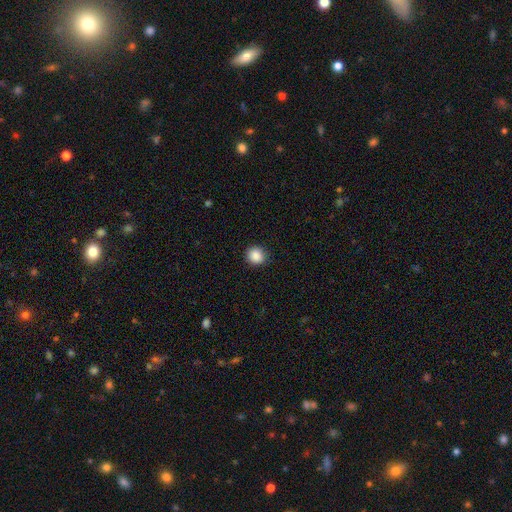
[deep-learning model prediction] Smooth or featured?
  - smooth: 88% *
  - star or artifact: 9%
  - featured or disk: 3%
How rounded?
  - round: 86% *
  - in between: 13%
  - cigar-shaped: 1%
Merging?
  - none: 88% *
  - minor disturbance: 9%
  - major disturbance: 2%
  - merger: 1%